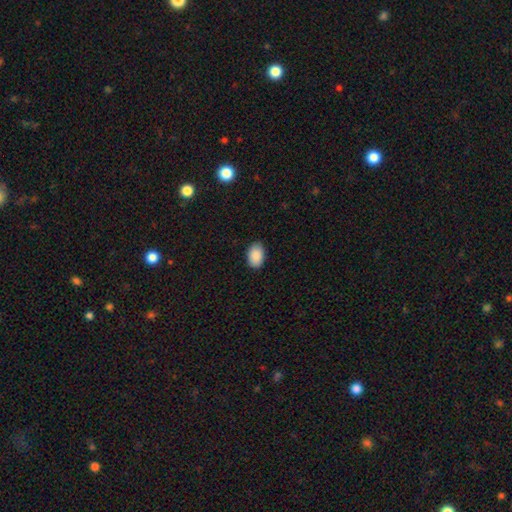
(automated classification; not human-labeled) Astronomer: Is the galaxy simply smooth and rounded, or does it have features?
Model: smooth — 90%.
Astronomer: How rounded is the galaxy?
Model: in between — 86%.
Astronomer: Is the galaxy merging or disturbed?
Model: none — 87%.